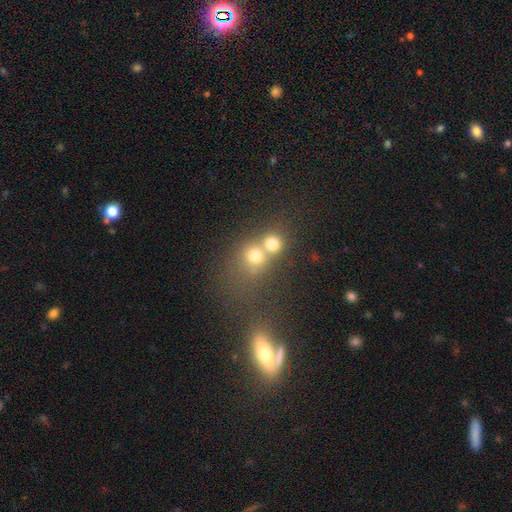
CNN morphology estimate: The model was most divided on "merging": merger: 55%, none: 33%, minor disturbance: 7%, major disturbance: 5%. More confident: how rounded — round (75%); smooth or featured — smooth (66%).